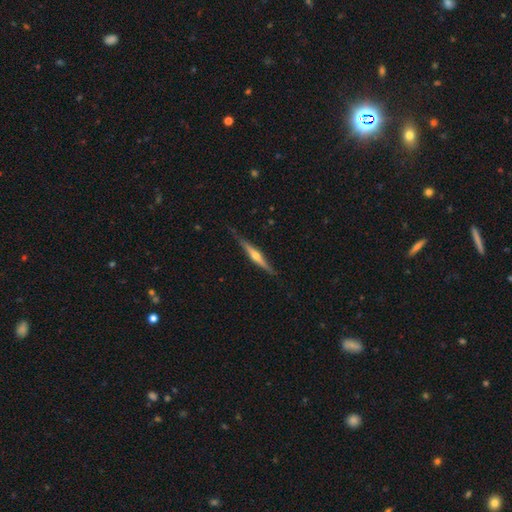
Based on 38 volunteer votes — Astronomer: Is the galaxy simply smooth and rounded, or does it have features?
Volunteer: featured or disk — 71%.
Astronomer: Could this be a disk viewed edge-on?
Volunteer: yes — 96%.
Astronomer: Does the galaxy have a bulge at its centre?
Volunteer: rounded — 92%.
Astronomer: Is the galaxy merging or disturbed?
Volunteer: none — 86%.